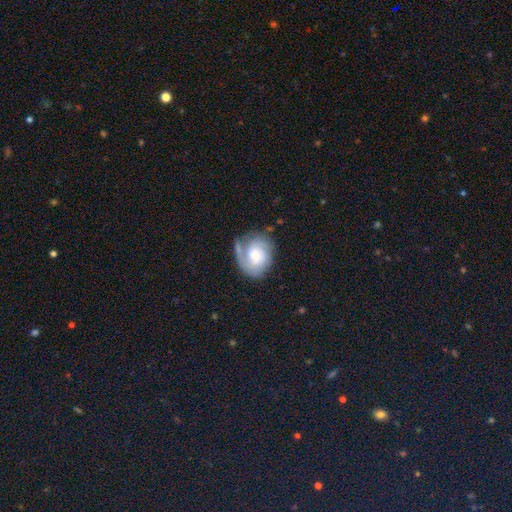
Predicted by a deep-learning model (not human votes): Smooth or featured: featured or disk — 68% (smooth — 26%)
Edge-on disk: no — 98% (yes — 2%)
Bar: no — 68% (weak — 28%)
Spiral arms: yes — 91% (no — 9%)
Spiral winding: tight — 52% (medium — 34%)
Spiral arm count: 2 — 36% (1 — 29%)
Bulge size: moderate — 37% (small — 30%)
Merging: none — 58% (minor disturbance — 23%)